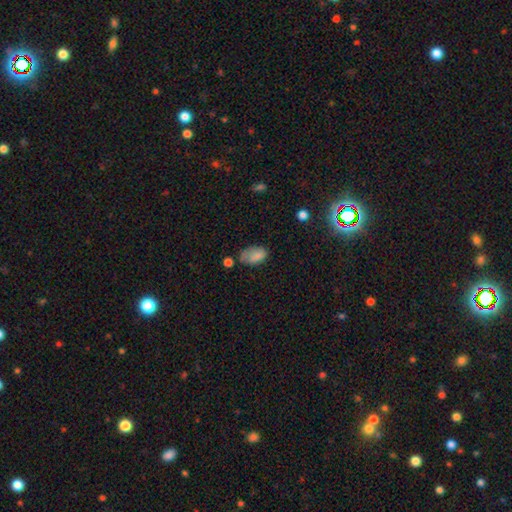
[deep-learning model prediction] Smooth or featured? Predicted: smooth (p=0.80). How rounded? Predicted: in between (p=0.92). Merging? Predicted: none (p=0.49).